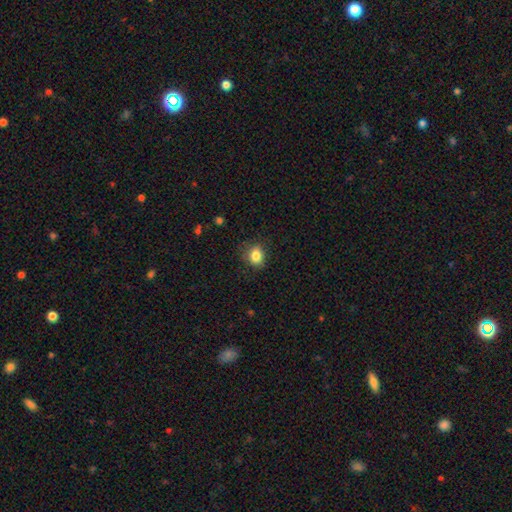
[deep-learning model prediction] Morphology: type=smooth (84%); roundness=round (53%); merging=none (79%).